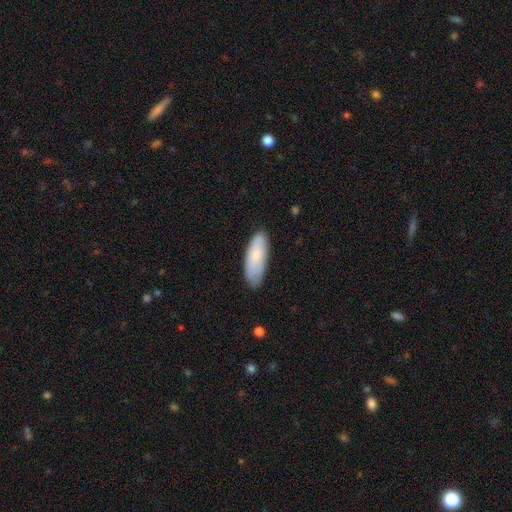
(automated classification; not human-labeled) Smooth or featured: smooth — 78% (featured or disk — 16%)
How rounded: in between — 69% (cigar-shaped — 29%)
Merging: none — 78% (minor disturbance — 18%)